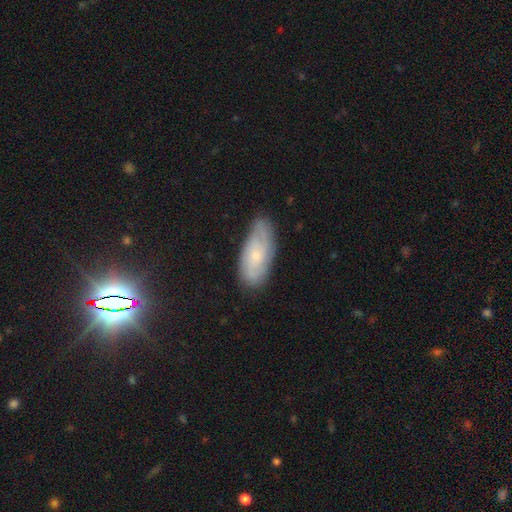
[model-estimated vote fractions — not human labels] The model was most divided on "smooth or featured": featured or disk: 47%, smooth: 45%, star or artifact: 8%. More confident: merging — none (70%).